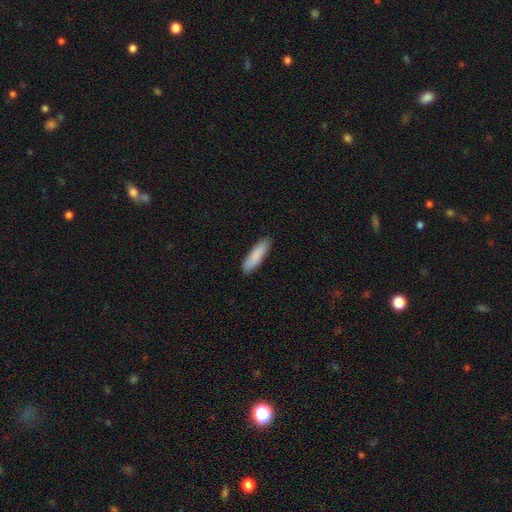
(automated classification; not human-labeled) Smooth or featured? Predicted: smooth (p=0.87). How rounded? Predicted: cigar-shaped (p=0.61). Merging? Predicted: none (p=0.88).